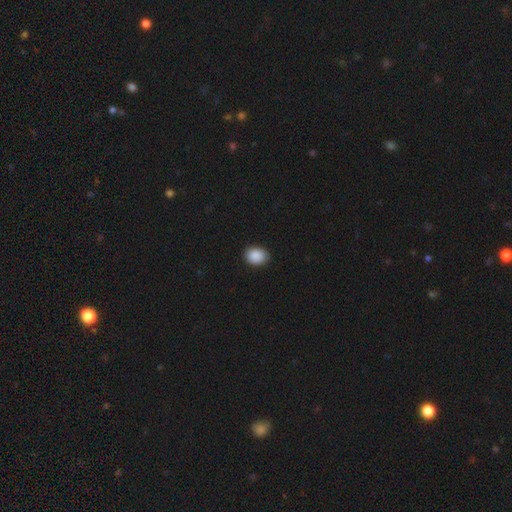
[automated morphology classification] type=smooth (90%); roundness=in between (61%); merging=none (88%).